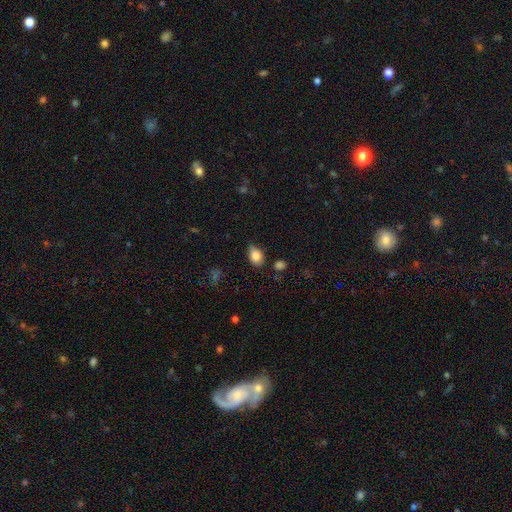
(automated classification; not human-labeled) Smooth or featured?
  - smooth: 83% *
  - star or artifact: 9%
  - featured or disk: 8%
How rounded?
  - in between: 77% *
  - round: 21%
  - cigar-shaped: 2%
Merging?
  - none: 60% *
  - minor disturbance: 32%
  - major disturbance: 6%
  - merger: 3%